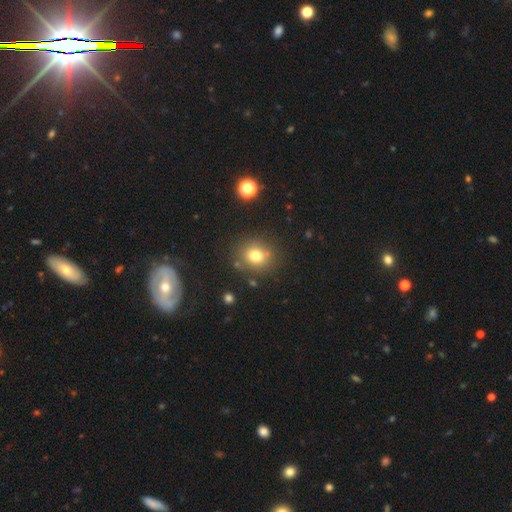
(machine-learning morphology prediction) smooth-or-featured: smooth: 75% | star or artifact: 15% | featured or disk: 10%
  how-rounded: round: 77% | in between: 22% | cigar-shaped: 1%
  merging: none: 81% | minor disturbance: 10% | merger: 5% | major disturbance: 4%